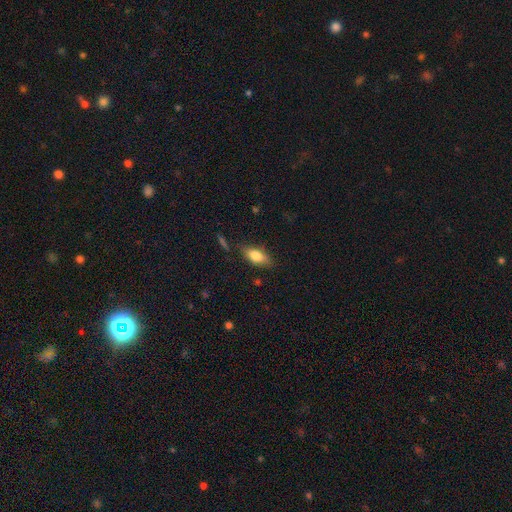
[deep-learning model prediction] Morphology: type=smooth (75%); roundness=in between (82%); merging=none (75%).